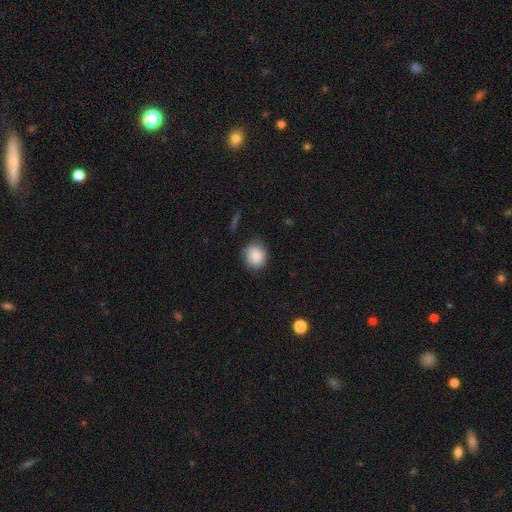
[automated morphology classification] Smooth or featured?
  - smooth: 85% *
  - star or artifact: 8%
  - featured or disk: 7%
How rounded?
  - round: 76% *
  - in between: 23%
  - cigar-shaped: 1%
Merging?
  - none: 78% *
  - minor disturbance: 17%
  - major disturbance: 4%
  - merger: 1%